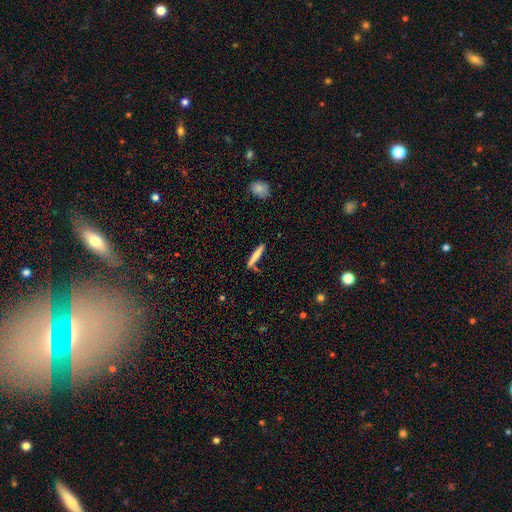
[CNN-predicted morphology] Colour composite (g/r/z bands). It shows a smooth galaxy with no disk features (72%) that is cigar-shaped (94%). Merging: none (78%).